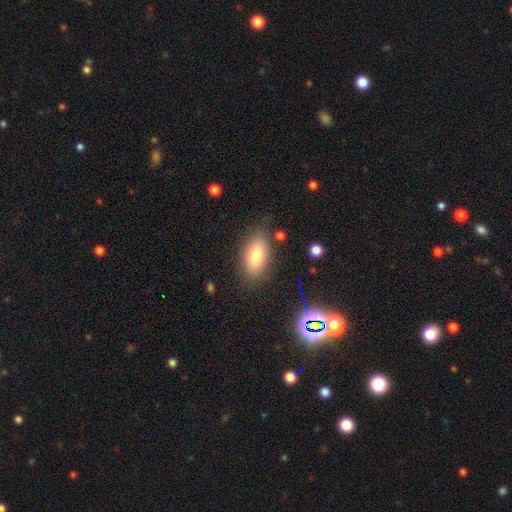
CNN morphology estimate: The model was most divided on "merging": none: 78%, minor disturbance: 14%, major disturbance: 5%, merger: 3%. More confident: how rounded — in between (90%); smooth or featured — smooth (80%).